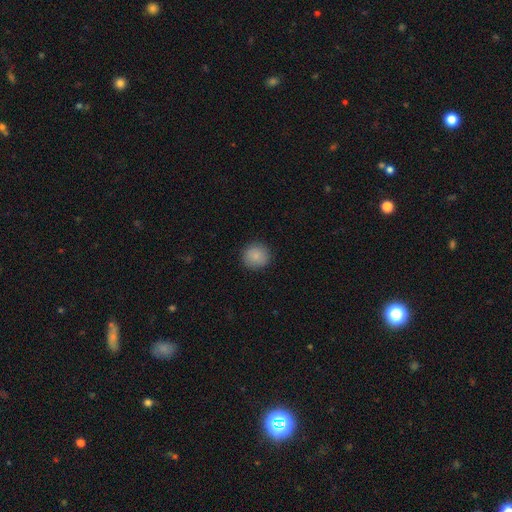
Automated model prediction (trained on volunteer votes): smooth_or_featured: smooth (p=0.87) [alt: star or artifact p=0.08]
how_rounded: round (p=0.92) [alt: in between p=0.07]
merging: none (p=0.90) [alt: minor disturbance p=0.07]